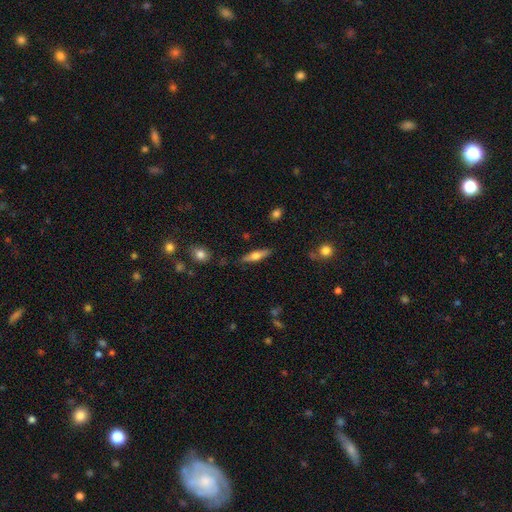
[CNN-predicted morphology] This appears to be a smooth galaxy with no disk features (52%) that is cigar-shaped (66%). Merging: none (83%).